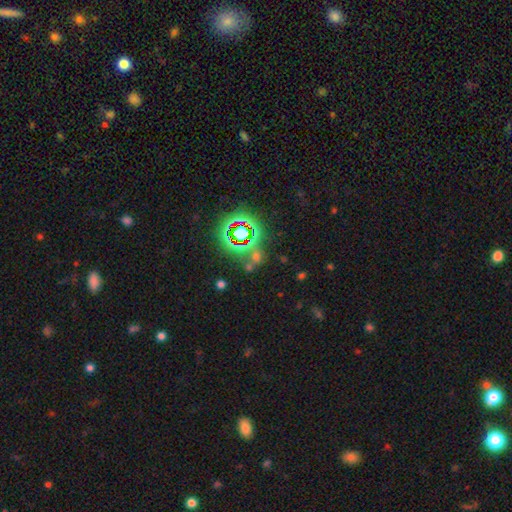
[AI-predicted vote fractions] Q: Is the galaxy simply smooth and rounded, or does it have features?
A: star or artifact — 58%.